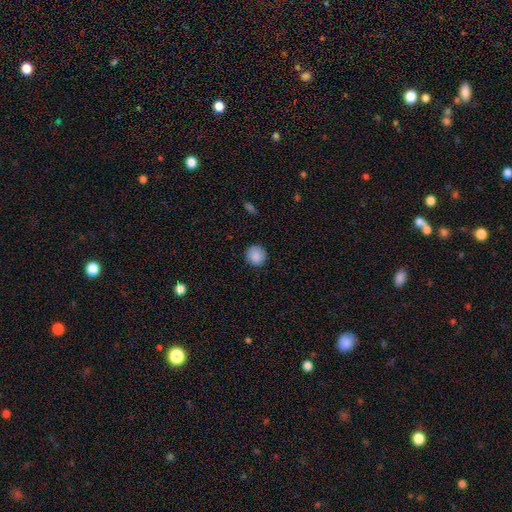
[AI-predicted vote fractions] Smooth or featured?
  - smooth: 88% *
  - star or artifact: 8%
  - featured or disk: 3%
How rounded?
  - round: 91% *
  - in between: 8%
  - cigar-shaped: 1%
Merging?
  - none: 88% *
  - minor disturbance: 8%
  - major disturbance: 2%
  - merger: 1%